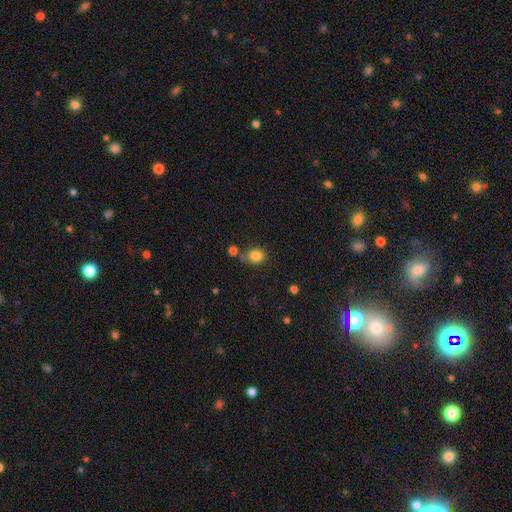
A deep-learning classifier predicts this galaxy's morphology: Smooth or featured?
  - smooth: 84% *
  - star or artifact: 11%
  - featured or disk: 5%
How rounded?
  - round: 66% *
  - in between: 33%
  - cigar-shaped: 1%
Merging?
  - none: 64% *
  - minor disturbance: 15%
  - merger: 15%
  - major disturbance: 5%